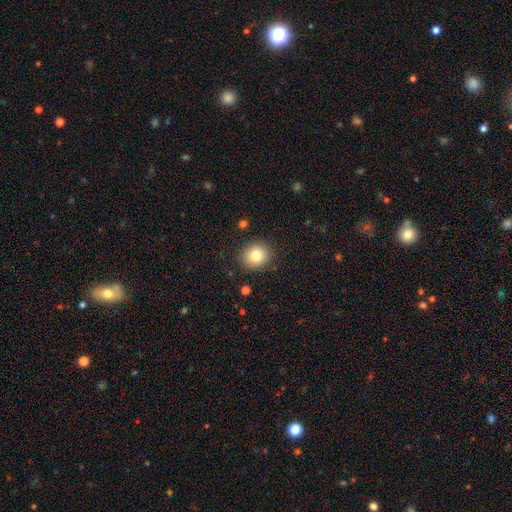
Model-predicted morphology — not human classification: A smooth galaxy with no disk features (80%) that is round (79%). Merging: none (88%).